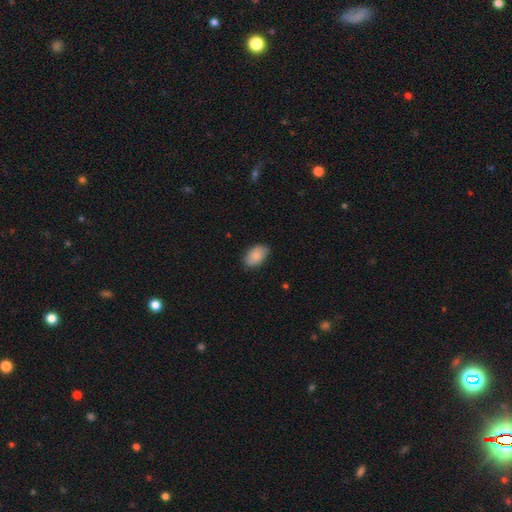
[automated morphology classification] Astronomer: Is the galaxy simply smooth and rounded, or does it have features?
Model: smooth — 87%.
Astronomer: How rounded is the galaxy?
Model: in between — 92%.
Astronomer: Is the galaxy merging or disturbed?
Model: none — 82%.